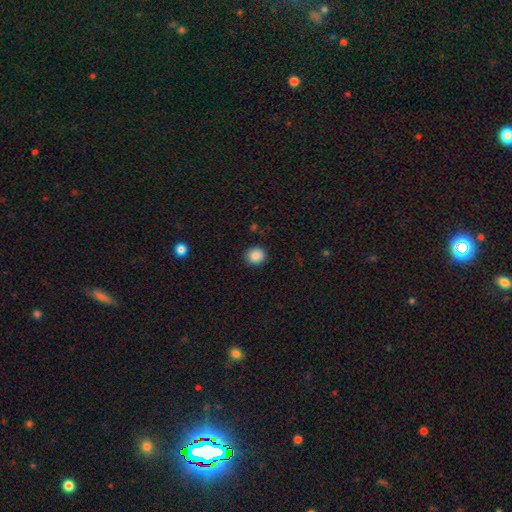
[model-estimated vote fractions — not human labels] Smooth or featured? Predicted: smooth (p=0.88). How rounded? Predicted: round (p=0.89). Merging? Predicted: none (p=0.90).